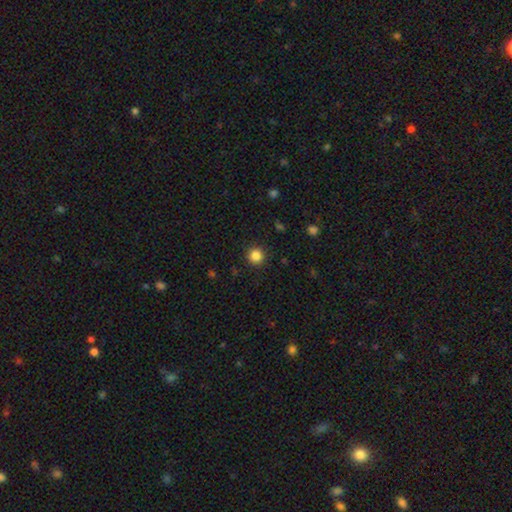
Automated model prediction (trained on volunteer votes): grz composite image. It shows a smooth galaxy with no disk features (84%) that is round (95%). Merging: none (92%).